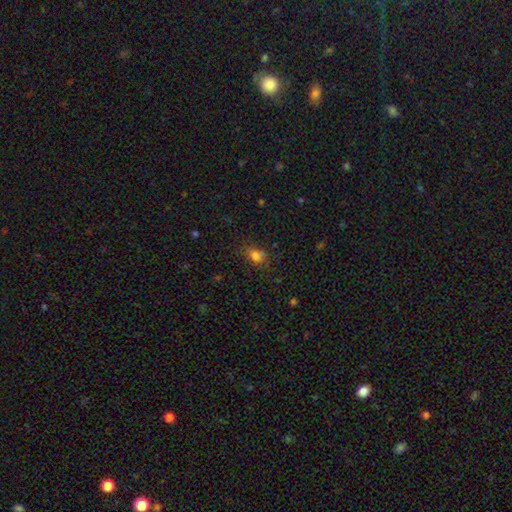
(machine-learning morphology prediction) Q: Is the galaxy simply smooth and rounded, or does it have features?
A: smooth — 78%.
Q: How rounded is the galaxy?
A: in between — 58%.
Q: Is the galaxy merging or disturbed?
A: none — 69%.